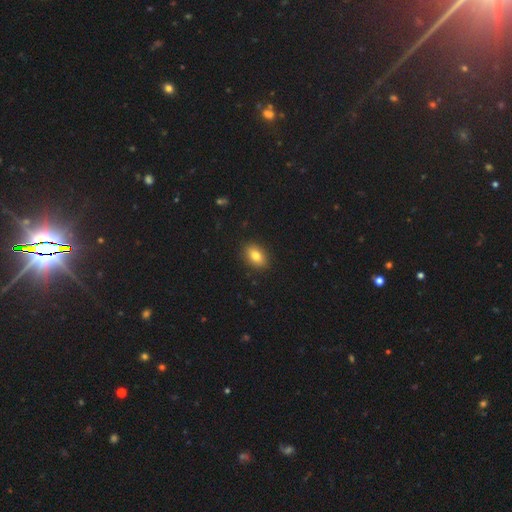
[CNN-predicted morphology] The model was most divided on "how rounded": in between: 83%, round: 15%, cigar-shaped: 2%. More confident: merging — none (89%); smooth or featured — smooth (81%).